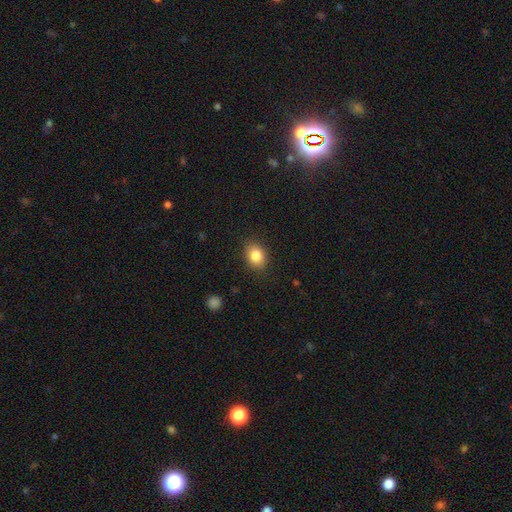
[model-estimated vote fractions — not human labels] Smooth or featured? smooth (84%)
How rounded? in between (60%)
Merging? none (87%)